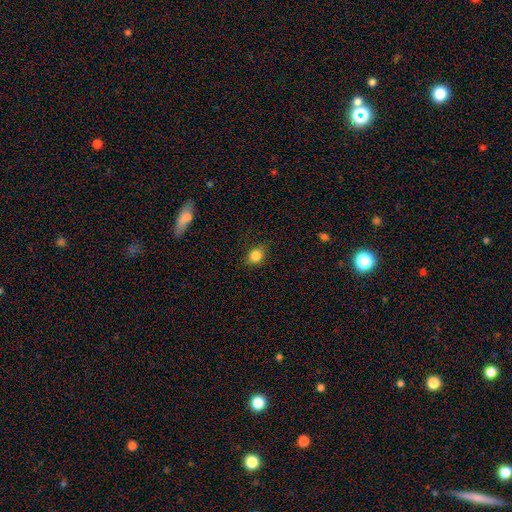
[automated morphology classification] Smooth or featured? Predicted: smooth (p=0.84). How rounded? Predicted: round (p=0.52). Merging? Predicted: none (p=0.82).